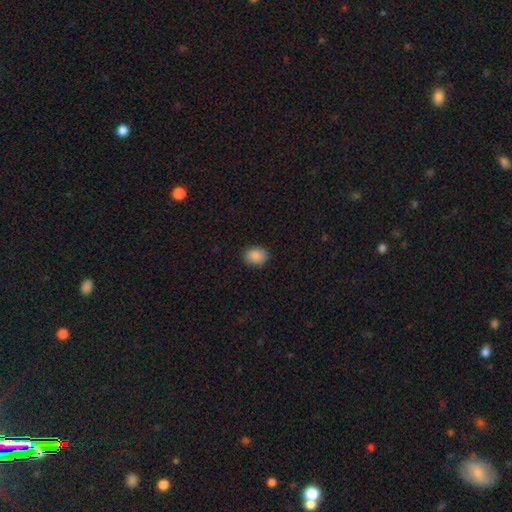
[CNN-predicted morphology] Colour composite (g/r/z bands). It shows a smooth galaxy with no disk features (88%) that is in between round and cigar-shaped (54%). Merging: none (87%).